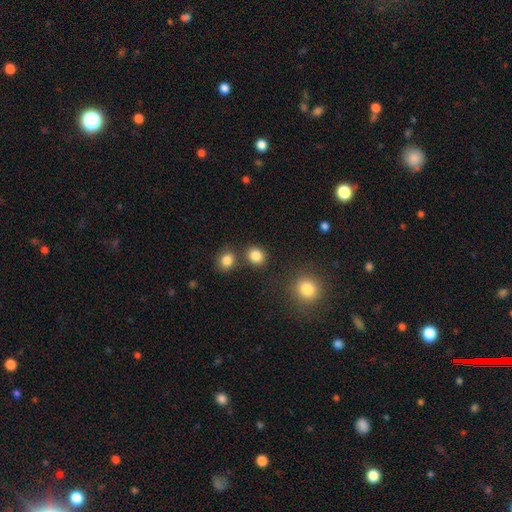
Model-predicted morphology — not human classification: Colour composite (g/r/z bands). It shows a smooth galaxy with no disk features (85%) that is round (73%). Merging: none (77%).